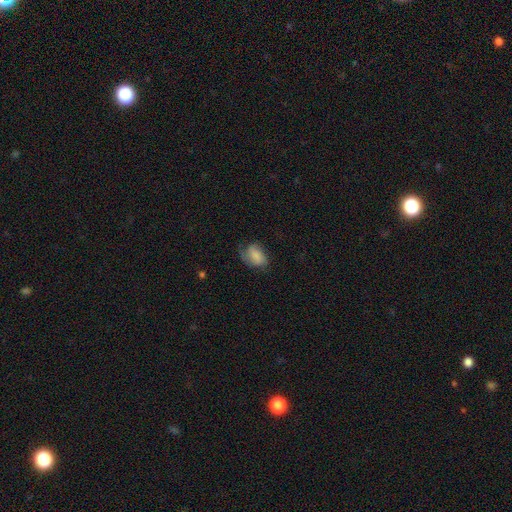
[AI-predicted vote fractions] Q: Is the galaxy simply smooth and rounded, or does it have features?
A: smooth — 71%.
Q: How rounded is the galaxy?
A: in between — 83%.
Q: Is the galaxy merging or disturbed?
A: none — 49%.